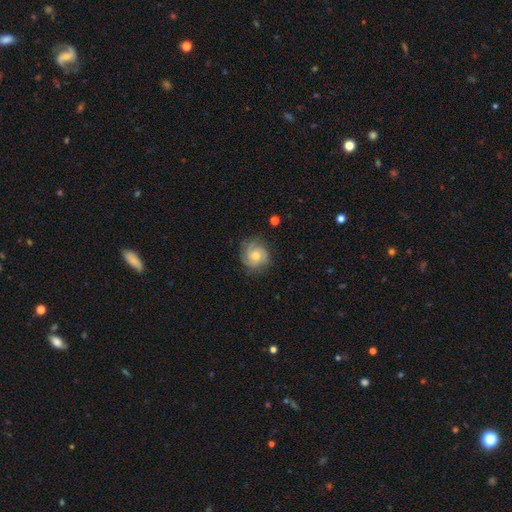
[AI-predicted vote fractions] Smooth or featured: featured or disk — 60% (smooth — 31%)
Edge-on disk: no — 98% (yes — 2%)
Bar: no — 76% (weak — 21%)
Spiral arms: yes — 91% (no — 9%)
Spiral winding: tight — 54% (medium — 35%)
Spiral arm count: 3 — 34% (can't tell — 28%)
Bulge size: moderate — 55% (small — 34%)
Merging: none — 75% (minor disturbance — 18%)